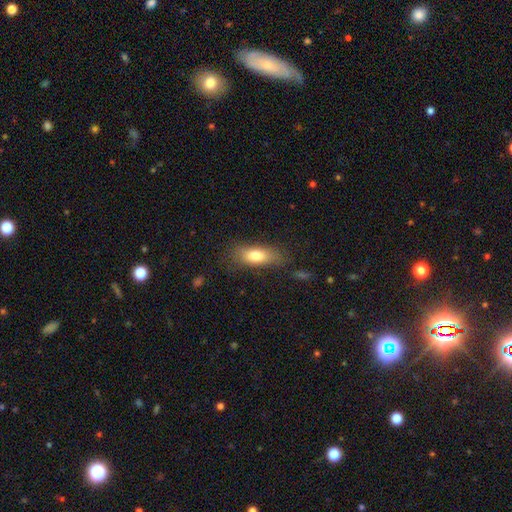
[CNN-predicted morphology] smooth_or_featured: smooth (p=0.77) [alt: featured or disk p=0.15]
how_rounded: in between (p=0.74) [alt: cigar-shaped p=0.22]
merging: none (p=0.73) [alt: minor disturbance p=0.18]